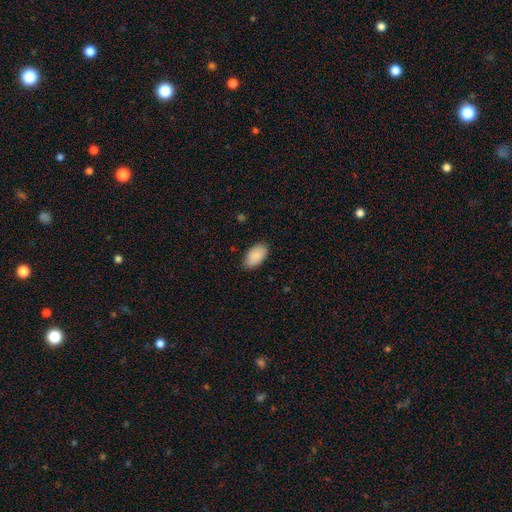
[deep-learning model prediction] Morphology: type=smooth (89%); roundness=in between (95%); merging=none (85%).